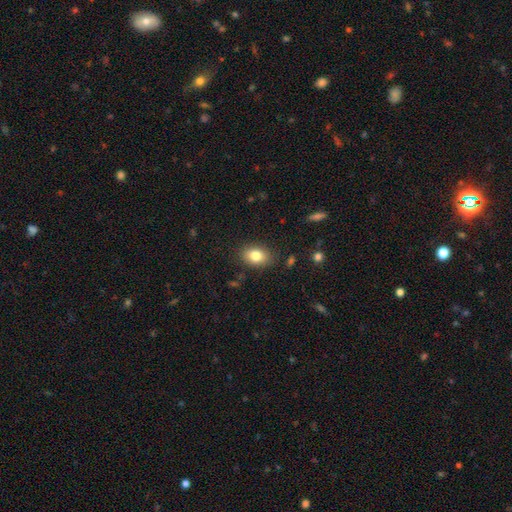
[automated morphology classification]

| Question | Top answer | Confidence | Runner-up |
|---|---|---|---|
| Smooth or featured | smooth | 82% | featured or disk (10%) |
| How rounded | in between | 79% | round (19%) |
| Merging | none | 85% | minor disturbance (11%) |